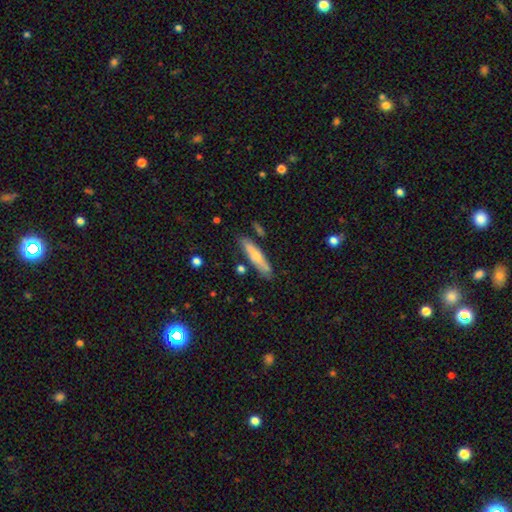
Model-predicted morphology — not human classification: Smooth or featured?
  - smooth: 60% *
  - featured or disk: 34%
  - star or artifact: 6%
How rounded?
  - cigar-shaped: 81% *
  - in between: 17%
  - round: 2%
Merging?
  - none: 80% *
  - minor disturbance: 13%
  - merger: 5%
  - major disturbance: 3%